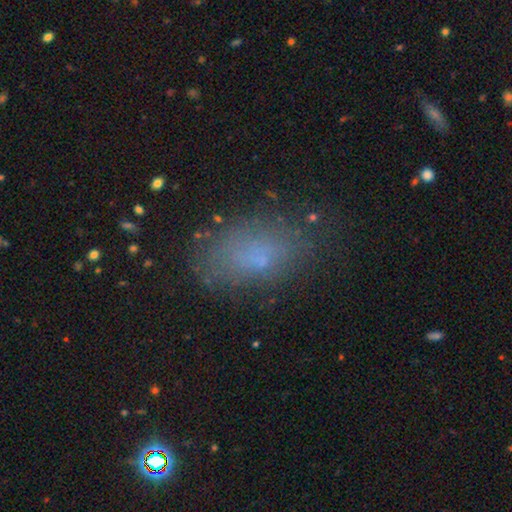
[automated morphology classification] This is likely a smooth galaxy (66%). How rounded: clearly in between (88%). Merging: likely none (66%).